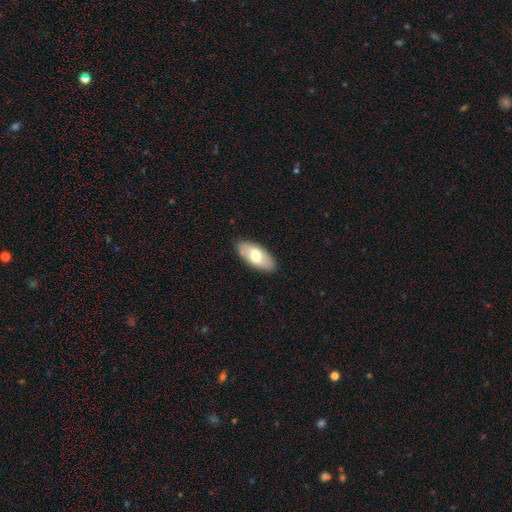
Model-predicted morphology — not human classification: smooth 65%, featured or disk 29%, star or artifact 6%. Down the decision tree: how rounded — in between (90%); merging — none (86%).